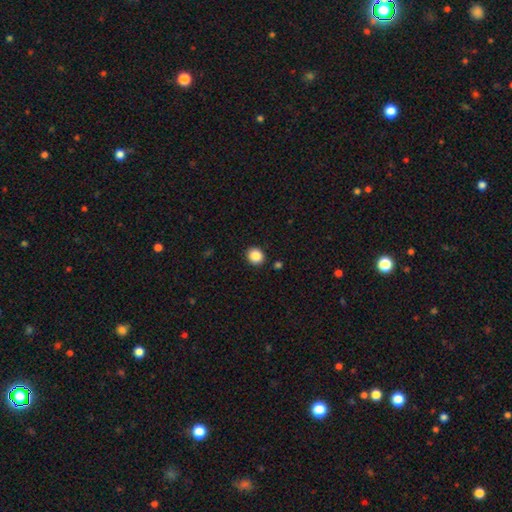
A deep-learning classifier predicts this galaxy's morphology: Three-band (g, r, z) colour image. It shows a smooth galaxy with no disk features (86%) that is round (82%). Merging: none (91%).